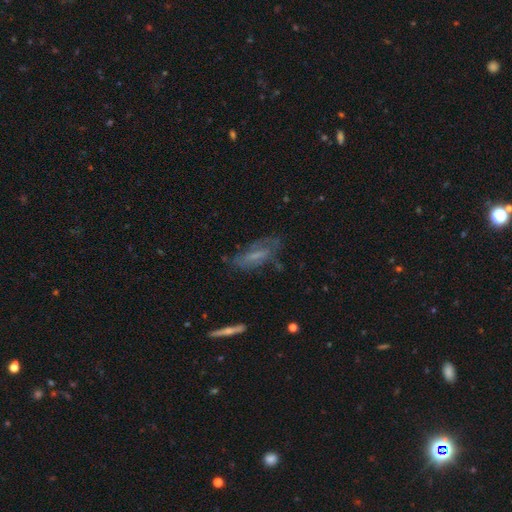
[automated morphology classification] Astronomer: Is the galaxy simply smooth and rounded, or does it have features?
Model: featured or disk — 51% (runner-up: smooth, 39%).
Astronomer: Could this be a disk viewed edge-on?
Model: no — 77%.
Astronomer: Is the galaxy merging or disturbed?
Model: none — 58%.